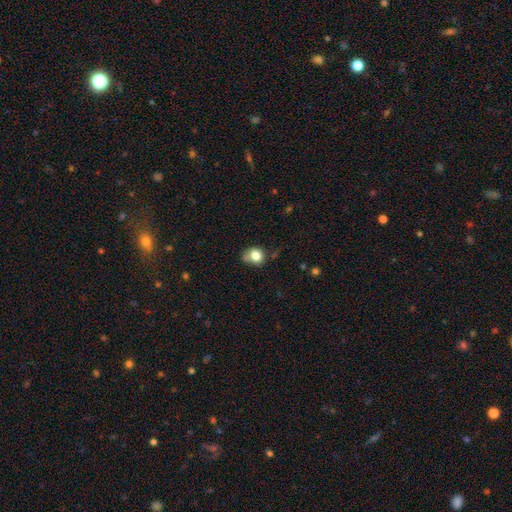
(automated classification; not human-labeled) This appears to be a smooth galaxy with no disk features (79%) that is round (63%). Merging: none (52%).